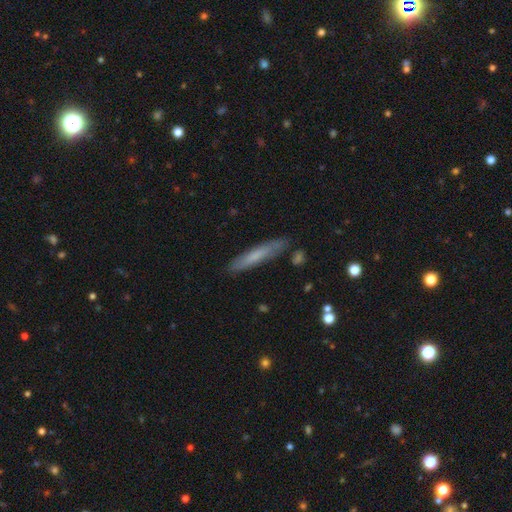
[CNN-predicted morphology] This is likely a smooth galaxy (63%). How rounded: clearly cigar-shaped (91%). Merging: clearly none (82%).